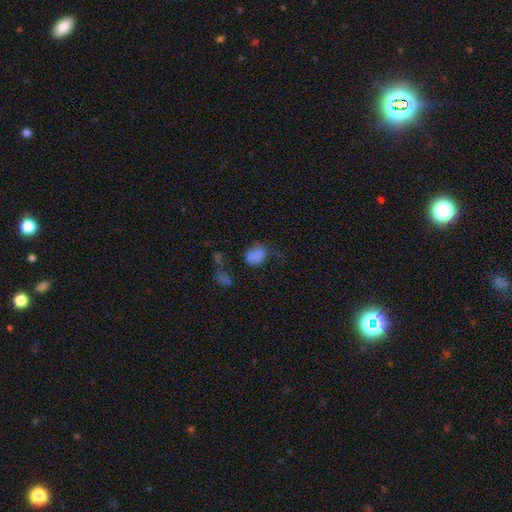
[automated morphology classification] Smooth or featured? smooth (73%)
How rounded? in between (71%)
Merging? none (37%)